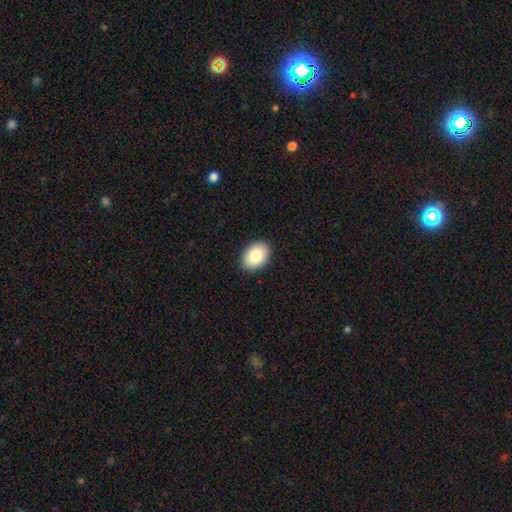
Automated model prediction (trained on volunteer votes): Smooth or featured?
  - smooth: 83% *
  - featured or disk: 10%
  - star or artifact: 7%
How rounded?
  - in between: 80% *
  - round: 19%
  - cigar-shaped: 1%
Merging?
  - none: 91% *
  - minor disturbance: 7%
  - major disturbance: 2%
  - merger: 1%